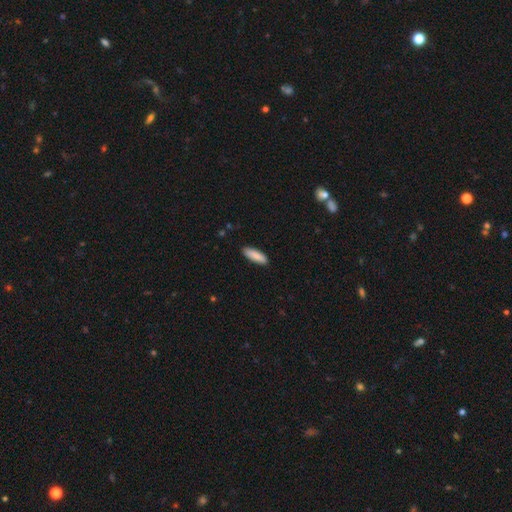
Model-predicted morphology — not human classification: type=smooth (87%); roundness=cigar-shaped (52%); merging=none (88%).